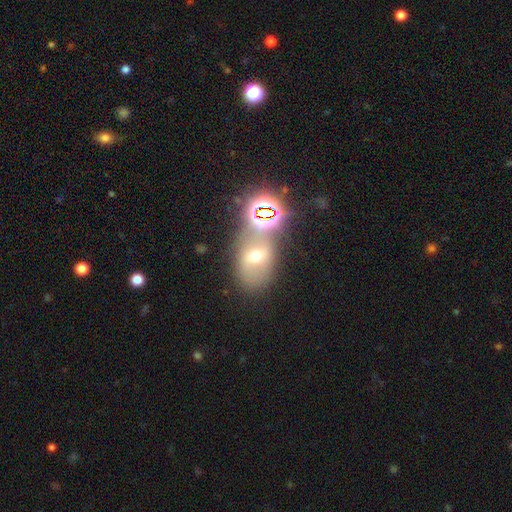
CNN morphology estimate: Smooth or featured: smooth — 45% (featured or disk — 29%)
Merging: none — 52% (merger — 24%)